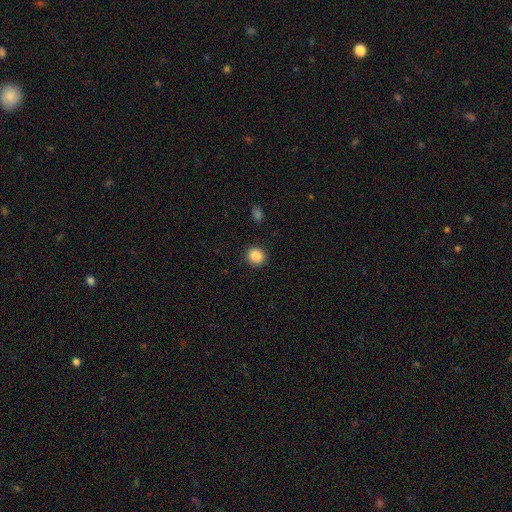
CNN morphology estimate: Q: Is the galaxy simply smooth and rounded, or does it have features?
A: smooth — 88%.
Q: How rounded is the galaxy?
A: round — 85%.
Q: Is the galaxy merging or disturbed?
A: none — 90%.